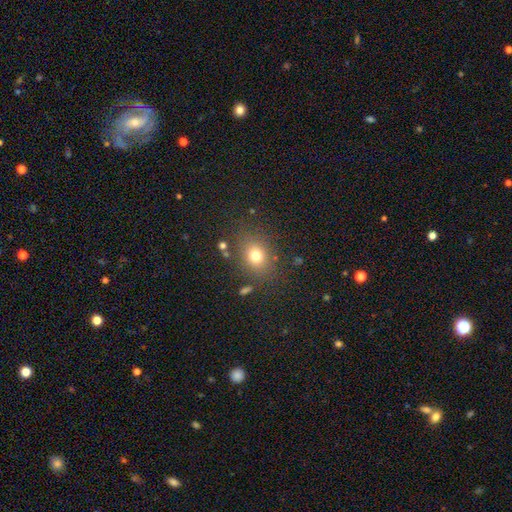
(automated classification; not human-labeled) Morphology: type=smooth (74%); roundness=round (60%); merging=none (80%).